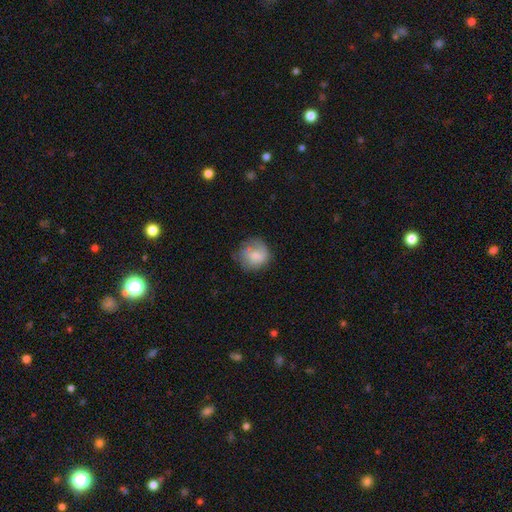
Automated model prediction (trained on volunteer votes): Morphology: type=smooth (69%); roundness=round (86%); merging=none (65%).